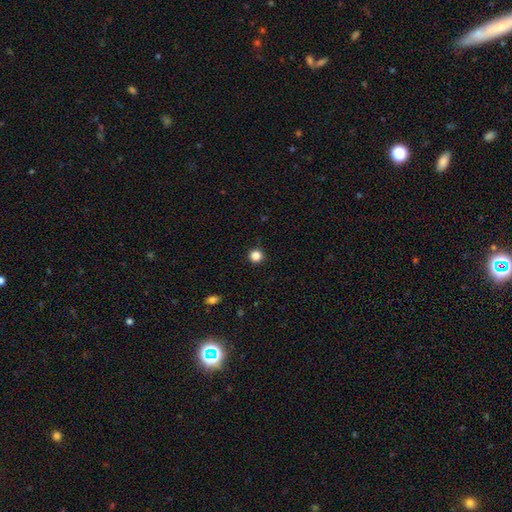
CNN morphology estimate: A smooth galaxy with no disk features (85%) that is round (94%).

Vote fractions:
- Smooth or featured? smooth: 85% / star or artifact: 12% / featured or disk: 3%
- How rounded? round: 94% / in between: 5% / cigar-shaped: 1%
- Merging? none: 92% / minor disturbance: 6% / major disturbance: 2% / merger: 1%